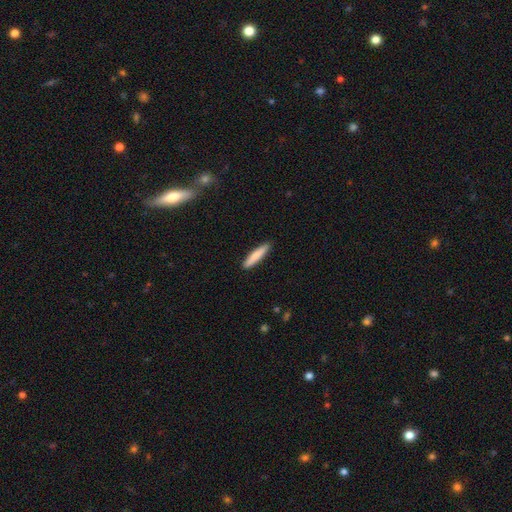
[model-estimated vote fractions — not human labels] The model was most divided on "smooth or featured": smooth: 80%, featured or disk: 15%, star or artifact: 5%. More confident: merging — none (90%); how rounded — cigar-shaped (89%).